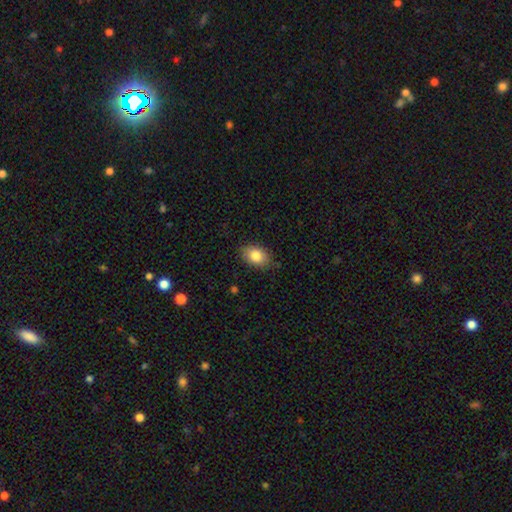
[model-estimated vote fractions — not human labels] Smooth or featured: smooth — 83% (featured or disk — 9%)
How rounded: in between — 81% (round — 18%)
Merging: none — 81% (minor disturbance — 15%)